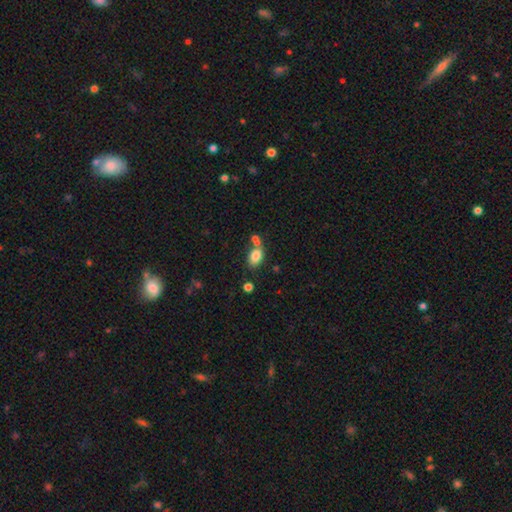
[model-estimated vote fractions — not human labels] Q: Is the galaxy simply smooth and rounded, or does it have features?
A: smooth — 82%.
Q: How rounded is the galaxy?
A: in between — 83%.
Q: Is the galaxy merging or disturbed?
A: none — 52%.